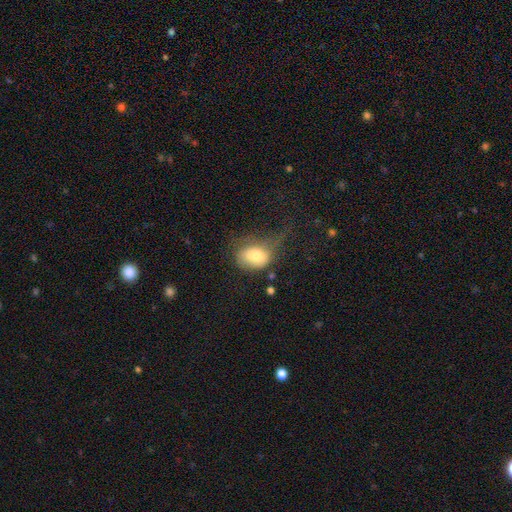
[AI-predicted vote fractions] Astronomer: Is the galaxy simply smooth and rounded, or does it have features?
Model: smooth — 75%.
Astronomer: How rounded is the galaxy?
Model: in between — 68%.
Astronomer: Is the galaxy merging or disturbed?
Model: major disturbance — 37% (runner-up: minor disturbance, 30%).